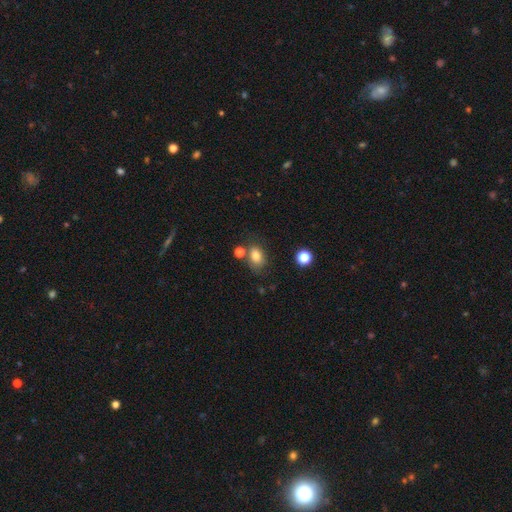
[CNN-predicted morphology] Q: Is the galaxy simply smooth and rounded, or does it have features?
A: smooth — 79%.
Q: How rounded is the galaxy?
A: in between — 76%.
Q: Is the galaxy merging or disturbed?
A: none — 63%.